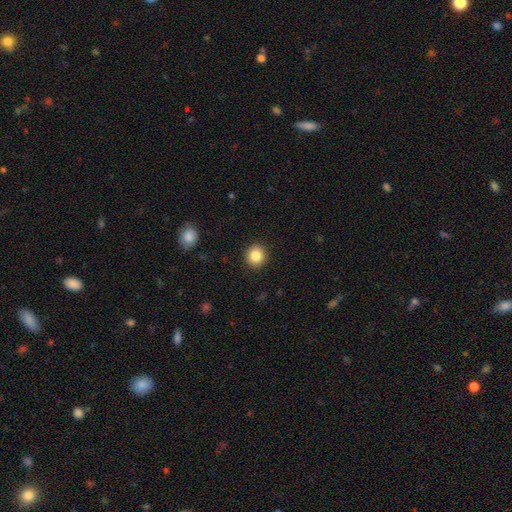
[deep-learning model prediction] The model was most divided on "how rounded": round: 87%, in between: 12%, cigar-shaped: 1%. More confident: merging — none (91%); smooth or featured — smooth (86%).